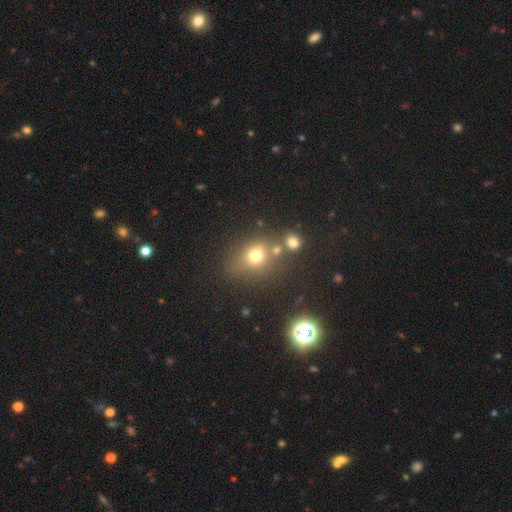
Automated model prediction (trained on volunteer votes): Morphology: type=smooth (68%); roundness=round (60%); merging=none (60%).